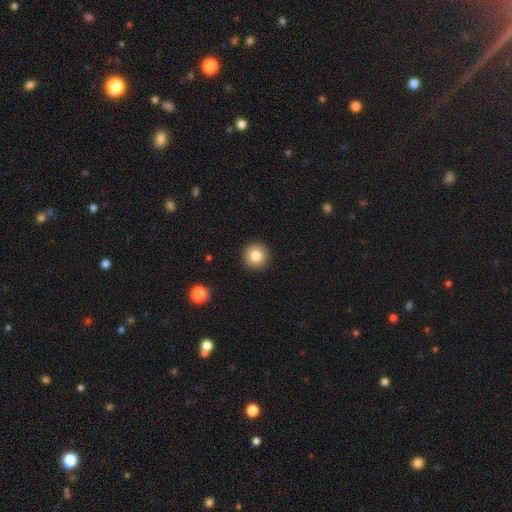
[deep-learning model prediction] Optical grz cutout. It shows a smooth galaxy with no disk features (83%) that is round (96%). Merging: none (93%).